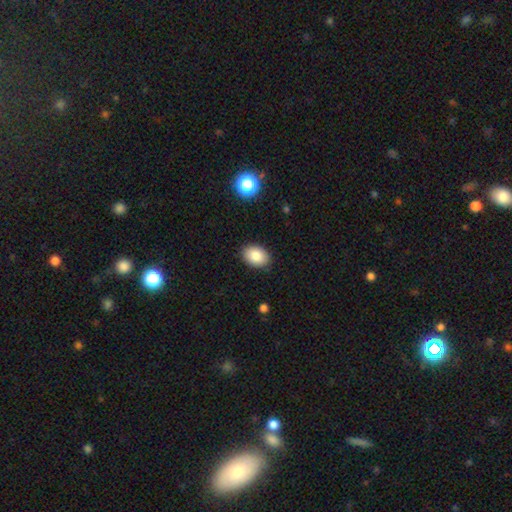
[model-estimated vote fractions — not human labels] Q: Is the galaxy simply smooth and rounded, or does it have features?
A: smooth — 85%.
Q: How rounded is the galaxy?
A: in between — 80%.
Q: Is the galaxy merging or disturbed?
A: none — 88%.